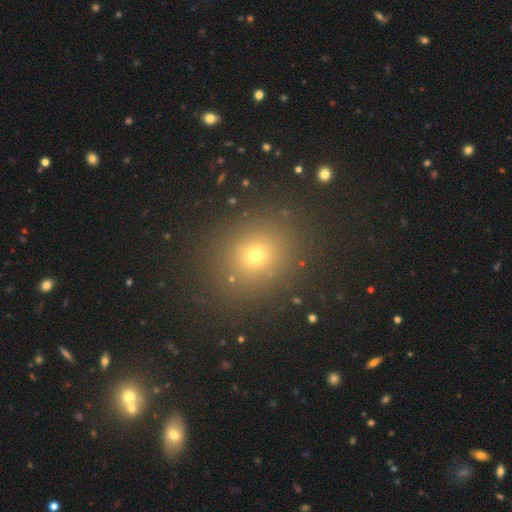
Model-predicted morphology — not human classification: The model was most divided on "how rounded": round: 72%, in between: 27%, cigar-shaped: 1%. More confident: merging — none (86%); smooth or featured — smooth (68%).